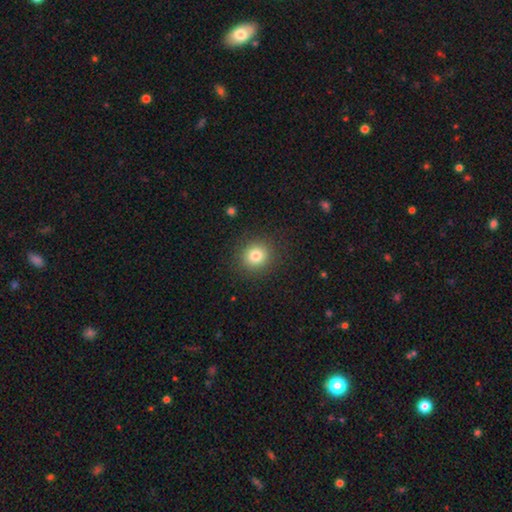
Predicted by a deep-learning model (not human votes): smooth 81%, star or artifact 12%, featured or disk 7%. Down the decision tree: how rounded — round (86%); merging — none (90%).